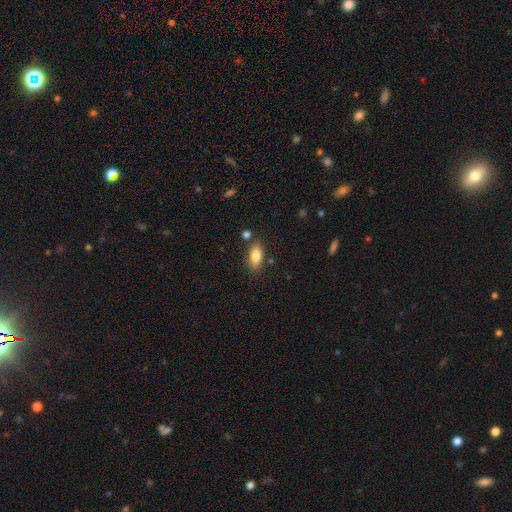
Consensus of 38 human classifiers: smooth_or_featured: smooth (p=0.92) [alt: star or artifact p=0.05]
how_rounded: in between (p=0.91) [alt: cigar-shaped p=0.06]
merging: none (p=0.75) [alt: minor disturbance p=0.08]